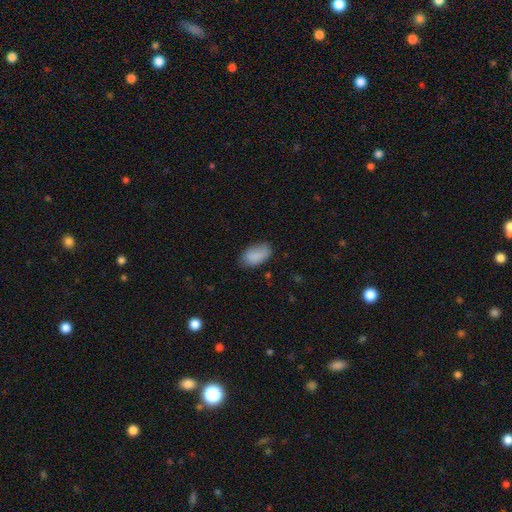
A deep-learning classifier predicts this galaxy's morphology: Smooth or featured? smooth (87%)
How rounded? in between (94%)
Merging? none (73%)